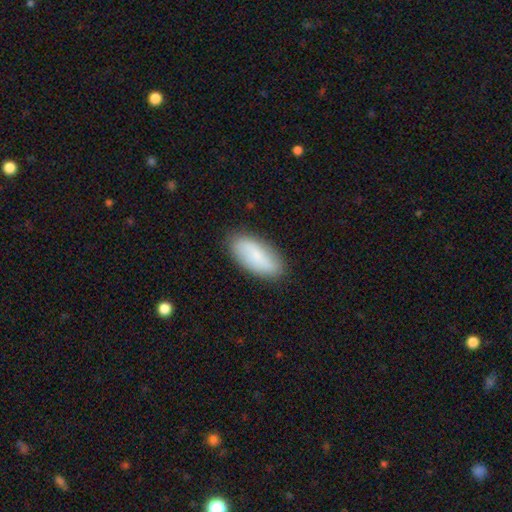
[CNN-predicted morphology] This is likely a smooth galaxy (73%). How rounded: clearly in between (88%). Merging: clearly none (87%).